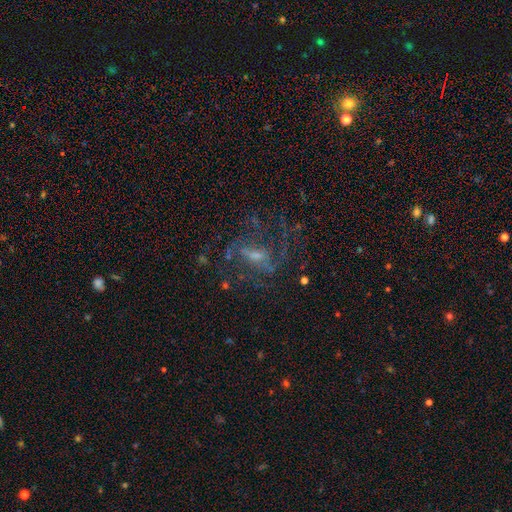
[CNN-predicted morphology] A featured or disk galaxy (73%) with a weak bar (45%), 2 (43%) medium (43%) spiral arms (79%) and a small central bulge (45%). Merging: none (53%).